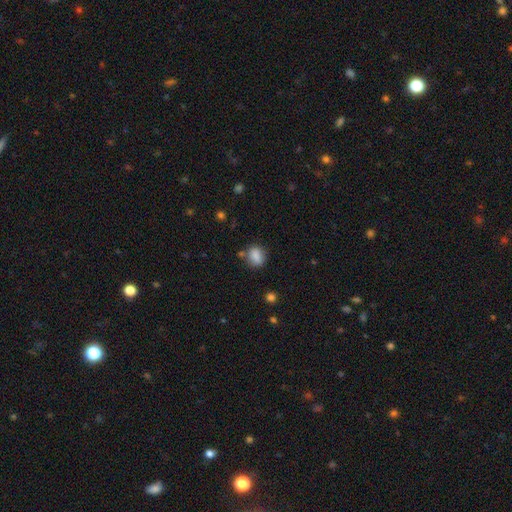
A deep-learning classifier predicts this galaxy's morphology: Overall: smooth (85%). How rounded: in between (55%; round 43%). Merging: none (71%).